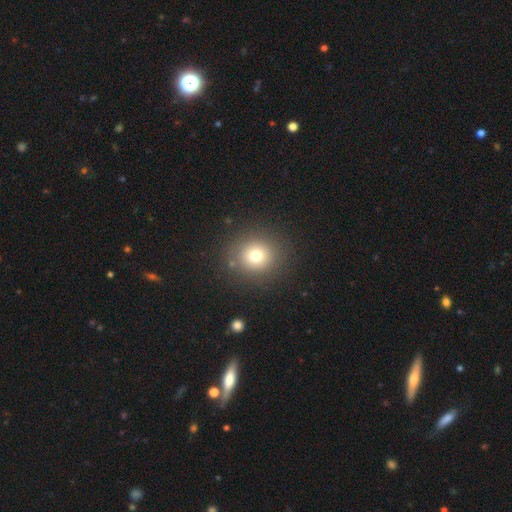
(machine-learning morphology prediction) Smooth or featured? Predicted: smooth (p=0.74). How rounded? Predicted: round (p=0.87). Merging? Predicted: none (p=0.87).